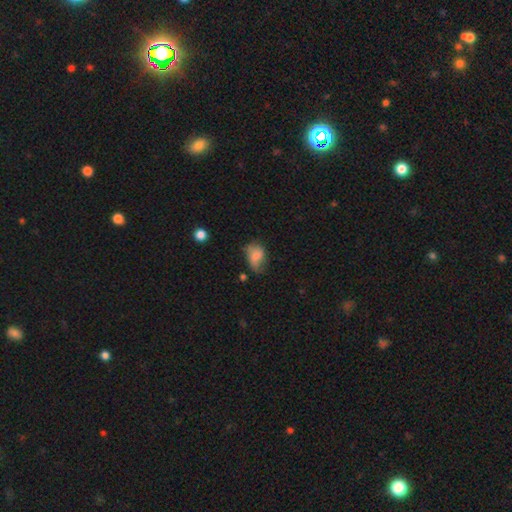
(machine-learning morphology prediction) Smooth or featured?
  - smooth: 72% *
  - featured or disk: 19%
  - star or artifact: 10%
How rounded?
  - in between: 78% *
  - round: 21%
  - cigar-shaped: 2%
Merging?
  - minor disturbance: 39% *
  - none: 33%
  - major disturbance: 24%
  - merger: 4%